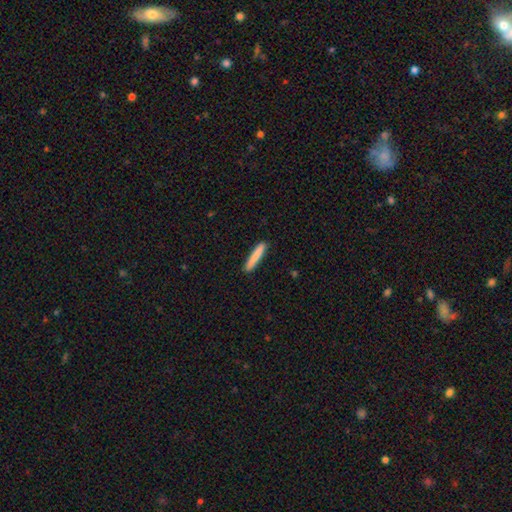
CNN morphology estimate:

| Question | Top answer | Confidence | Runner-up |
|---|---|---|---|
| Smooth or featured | smooth | 83% | featured or disk (11%) |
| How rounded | cigar-shaped | 93% | in between (6%) |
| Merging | none | 90% | minor disturbance (7%) |